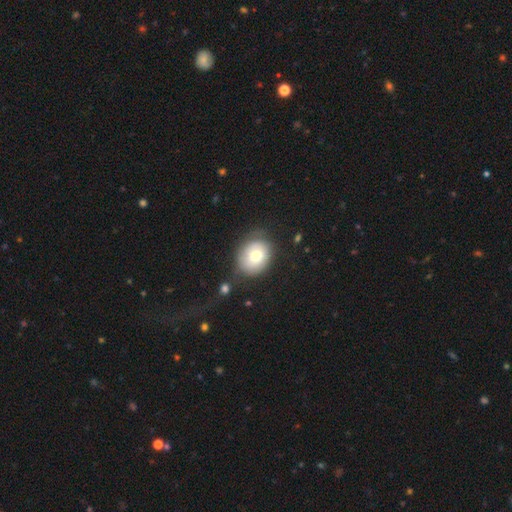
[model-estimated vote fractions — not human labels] Smooth or featured?
  - smooth: 69% *
  - featured or disk: 24%
  - star or artifact: 8%
How rounded?
  - round: 50% *
  - in between: 49%
  - cigar-shaped: 1%
Merging?
  - none: 68% *
  - minor disturbance: 21%
  - major disturbance: 8%
  - merger: 4%